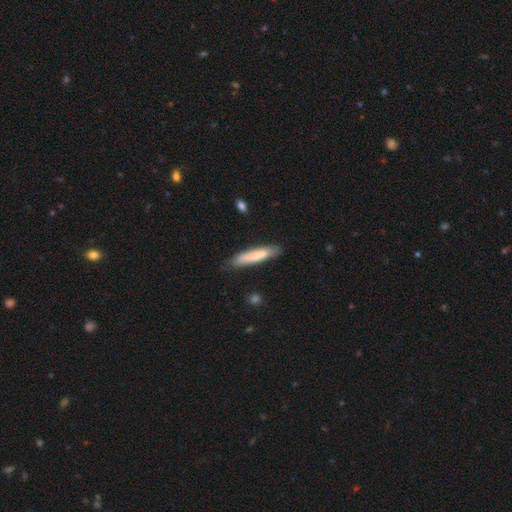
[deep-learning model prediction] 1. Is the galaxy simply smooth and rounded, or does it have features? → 73% smooth, 22% featured or disk, 5% star or artifact.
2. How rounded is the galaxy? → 86% cigar-shaped, 13% in between, 1% round.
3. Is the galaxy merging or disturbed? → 80% none, 16% minor disturbance, 3% major disturbance, 2% merger.